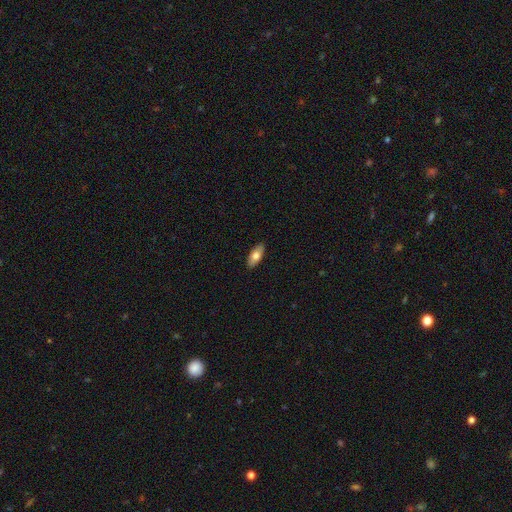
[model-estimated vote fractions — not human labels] Smooth or featured? Predicted: smooth (p=0.75). How rounded? Predicted: in between (p=0.82). Merging? Predicted: none (p=0.89).